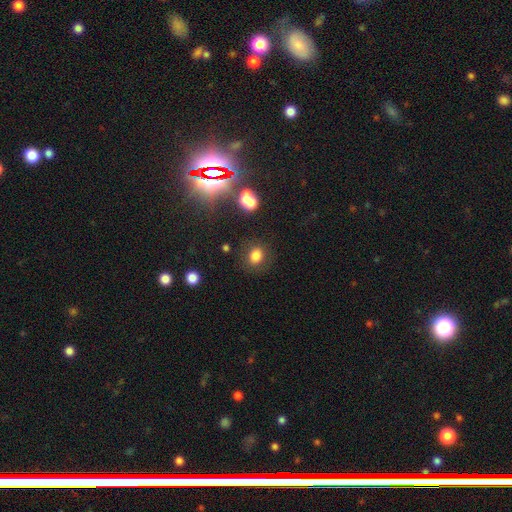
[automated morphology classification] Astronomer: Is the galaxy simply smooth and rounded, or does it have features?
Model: smooth — 79%.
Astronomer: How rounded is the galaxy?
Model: round — 60% (runner-up: in between, 39%).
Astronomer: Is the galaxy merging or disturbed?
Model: none — 79%.